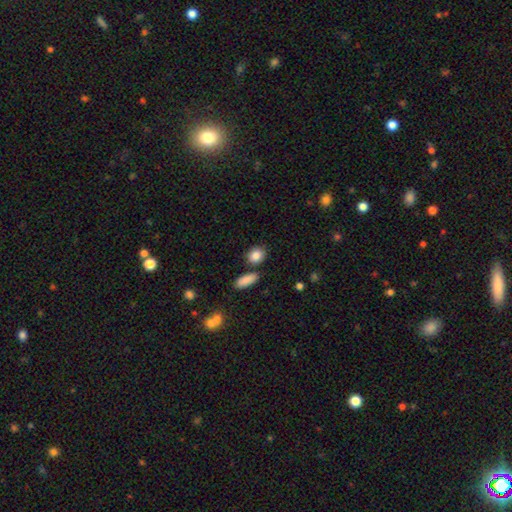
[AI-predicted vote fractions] Q: Smooth or featured?
A: smooth (86%); runner-up: star or artifact (8%)
Q: How rounded?
A: round (55%); runner-up: in between (42%)
Q: Merging?
A: none (77%); runner-up: minor disturbance (11%)